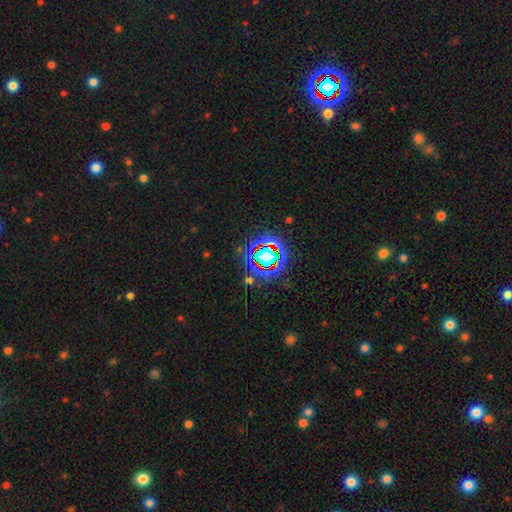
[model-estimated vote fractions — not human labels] Overall: star or artifact (79%).